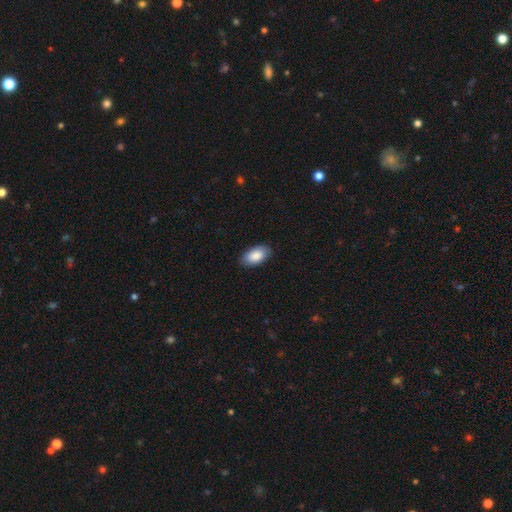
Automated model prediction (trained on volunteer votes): Smooth or featured? Predicted: smooth (p=0.88). How rounded? Predicted: in between (p=0.95). Merging? Predicted: none (p=0.86).